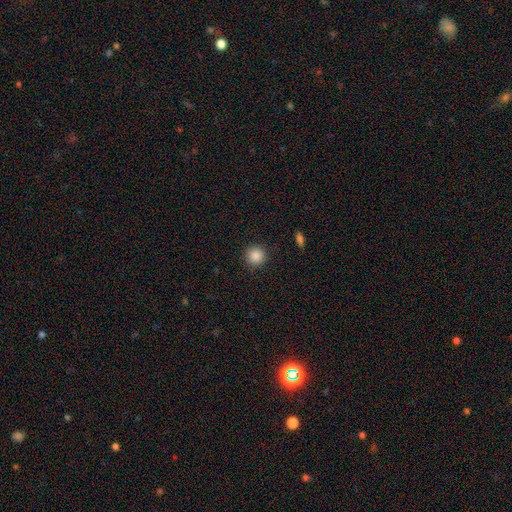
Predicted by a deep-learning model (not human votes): Smooth or featured? smooth (87%)
How rounded? round (94%)
Merging? none (91%)